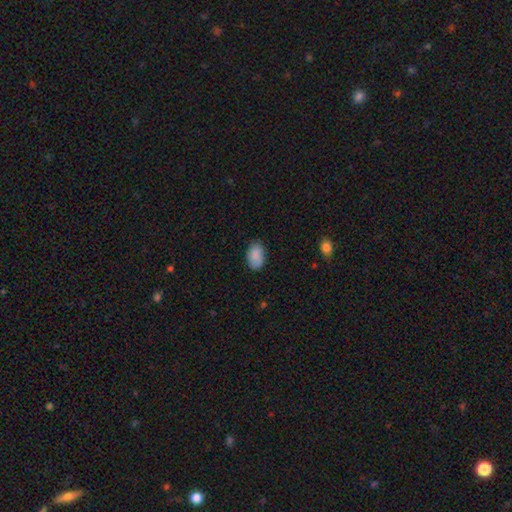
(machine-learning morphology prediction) Smooth or featured?
  - smooth: 89% *
  - star or artifact: 7%
  - featured or disk: 4%
How rounded?
  - in between: 92% *
  - round: 7%
  - cigar-shaped: 1%
Merging?
  - none: 80% *
  - minor disturbance: 16%
  - major disturbance: 3%
  - merger: 1%